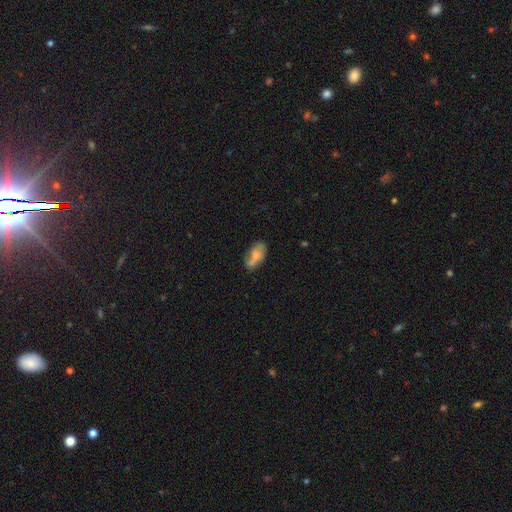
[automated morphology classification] The model was most divided on "smooth or featured": smooth: 53%, featured or disk: 39%, star or artifact: 8%. More confident: how rounded — in between (90%); merging — none (50%).